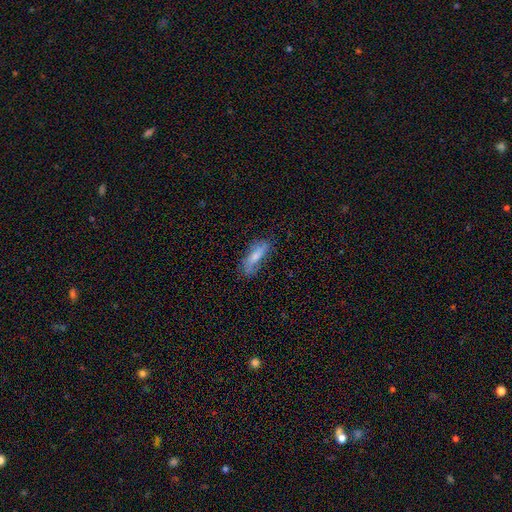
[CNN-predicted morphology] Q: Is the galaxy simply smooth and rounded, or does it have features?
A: smooth — 70%.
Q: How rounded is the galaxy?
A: in between — 49%, tied with cigar-shaped.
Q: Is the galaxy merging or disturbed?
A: none — 70%.